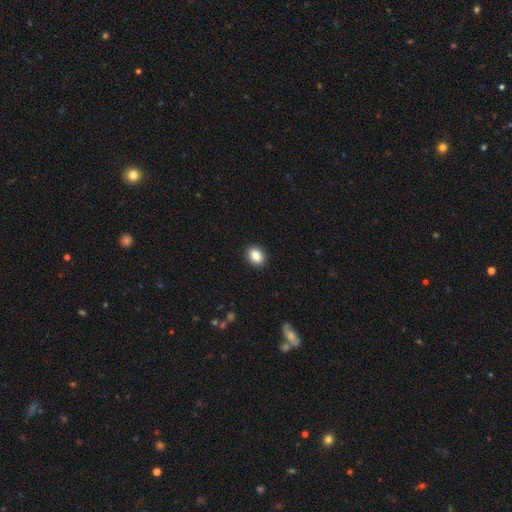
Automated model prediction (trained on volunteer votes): Q: Smooth or featured?
A: smooth (85%); runner-up: star or artifact (9%)
Q: How rounded?
A: in between (55%); runner-up: round (44%)
Q: Merging?
A: none (92%); runner-up: minor disturbance (6%)